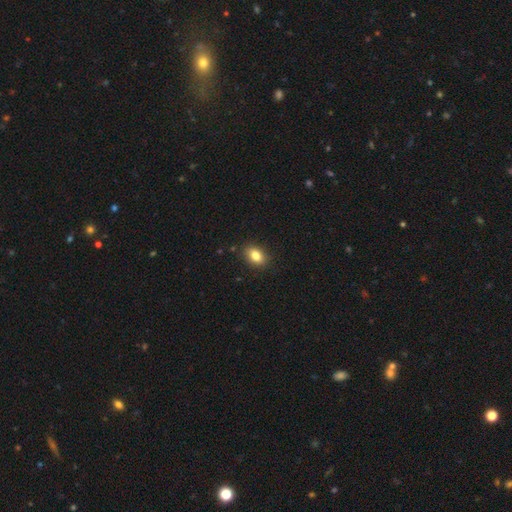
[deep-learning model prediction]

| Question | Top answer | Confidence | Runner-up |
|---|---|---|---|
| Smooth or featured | smooth | 83% | star or artifact (9%) |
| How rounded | in between | 80% | round (19%) |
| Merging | none | 87% | minor disturbance (9%) |